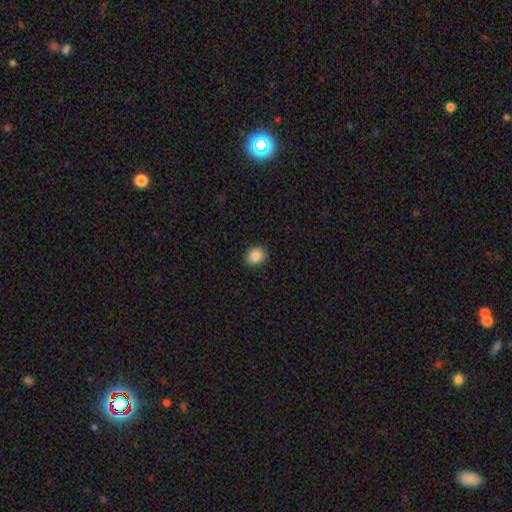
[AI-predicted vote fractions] smooth-or-featured: smooth: 88% | star or artifact: 8% | featured or disk: 3%
  how-rounded: round: 58% | in between: 41% | cigar-shaped: 1%
  merging: none: 89% | minor disturbance: 8% | major disturbance: 2% | merger: 1%